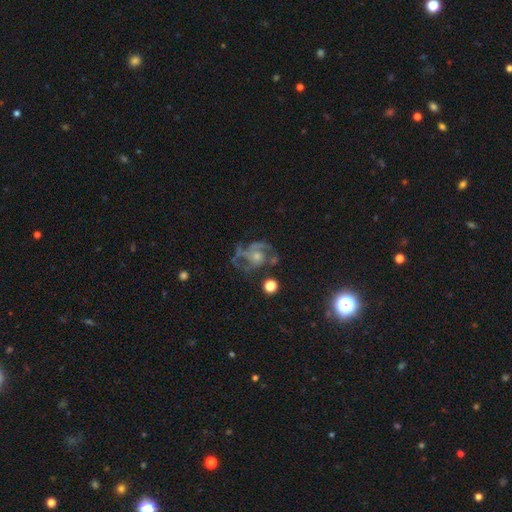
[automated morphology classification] Smooth or featured: featured or disk — 74% (smooth — 16%)
Edge-on disk: no — 98% (yes — 2%)
Bar: no — 79% (weak — 17%)
Spiral arms: yes — 84% (no — 16%)
Spiral winding: medium — 48% (tight — 27%)
Spiral arm count: 3 — 33% (2 — 24%)
Bulge size: small — 44% (moderate — 39%)
Merging: none — 44% (major disturbance — 30%)